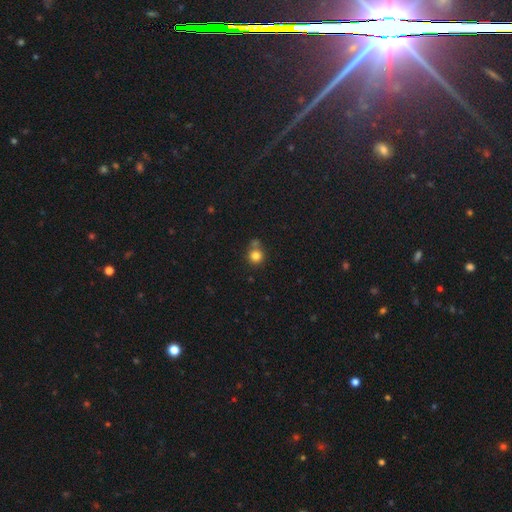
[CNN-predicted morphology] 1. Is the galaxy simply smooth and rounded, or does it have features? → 82% smooth, 12% star or artifact, 7% featured or disk.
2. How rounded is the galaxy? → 90% round, 10% in between, 1% cigar-shaped.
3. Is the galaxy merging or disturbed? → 61% none, 23% merger, 12% minor disturbance, 4% major disturbance.